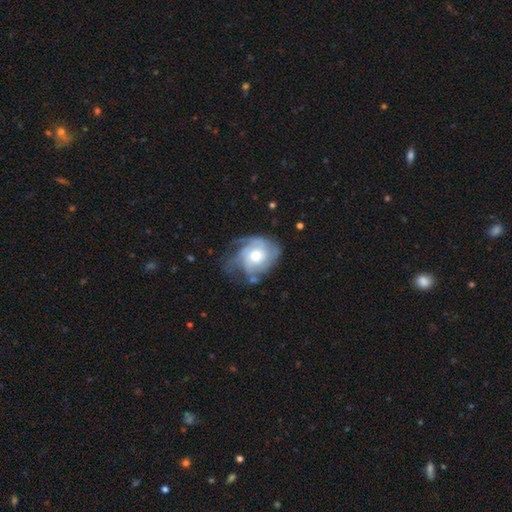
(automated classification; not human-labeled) Smooth or featured?
  - featured or disk: 75% *
  - smooth: 19%
  - star or artifact: 6%
Edge-on disk?
  - no: 97% *
  - yes: 3%
Bar?
  - no: 78% *
  - weak: 19%
  - strong: 3%
Spiral arms?
  - yes: 89% *
  - no: 11%
Spiral winding?
  - tight: 55% *
  - medium: 33%
  - loose: 12%
Spiral arm count?
  - can't tell: 38% *
  - 3: 24%
  - 2: 16%
  - 4: 11%
  - 1: 7%
  - more than 4: 5%
Bulge size?
  - moderate: 65% *
  - large: 20%
  - small: 12%
  - dominant: 1%
  - none: 1%
Merging?
  - none: 49% *
  - minor disturbance: 27%
  - major disturbance: 21%
  - merger: 2%